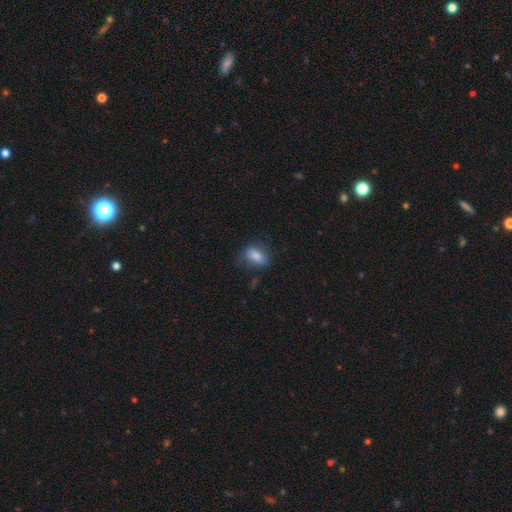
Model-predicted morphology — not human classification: Smooth or featured? Predicted: smooth (p=0.79). How rounded? Predicted: in between (p=0.81). Merging? Predicted: none (p=0.68).